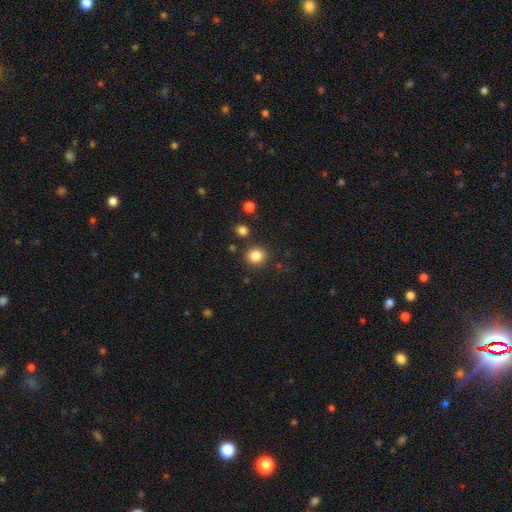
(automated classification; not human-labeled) A smooth galaxy with no disk features (84%) that is round (86%).

Vote fractions:
- Smooth or featured? smooth: 84% / star or artifact: 11% / featured or disk: 5%
- How rounded? round: 86% / in between: 13% / cigar-shaped: 1%
- Merging? none: 86% / minor disturbance: 7% / merger: 4% / major disturbance: 3%